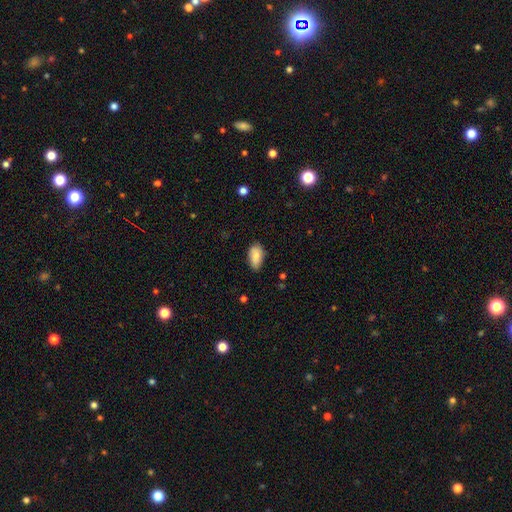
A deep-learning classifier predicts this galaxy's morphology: This appears to be a smooth galaxy with no disk features (85%) that is in between round and cigar-shaped (93%). Merging: none (76%).